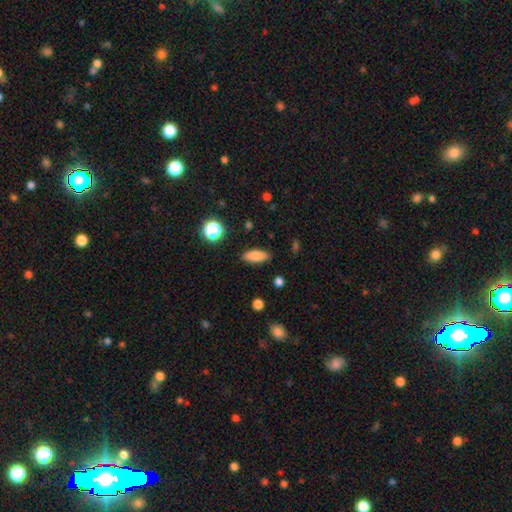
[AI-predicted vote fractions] smooth-or-featured: smooth: 82% | star or artifact: 9% | featured or disk: 9%
  how-rounded: in between: 69% | cigar-shaped: 27% | round: 4%
  merging: none: 87% | minor disturbance: 9% | major disturbance: 2% | merger: 1%